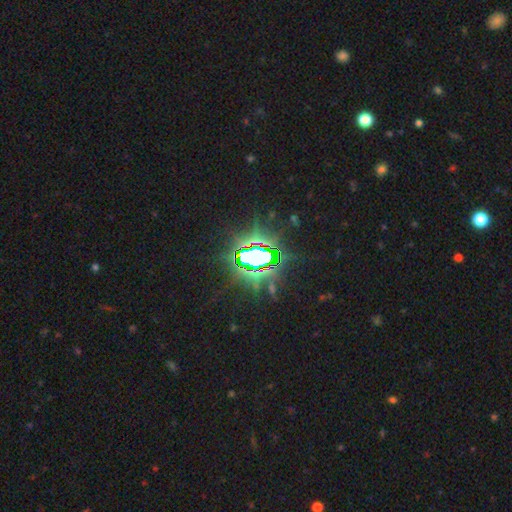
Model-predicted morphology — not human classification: Smooth or featured: star or artifact — 79% (featured or disk — 10%)